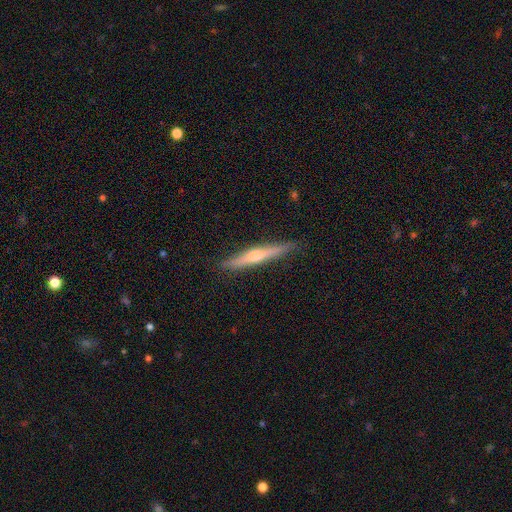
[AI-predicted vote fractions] A featured or disk galaxy (65%) viewed edge-on (97%) with a rounded central bulge (83%). Merging: none (90%).